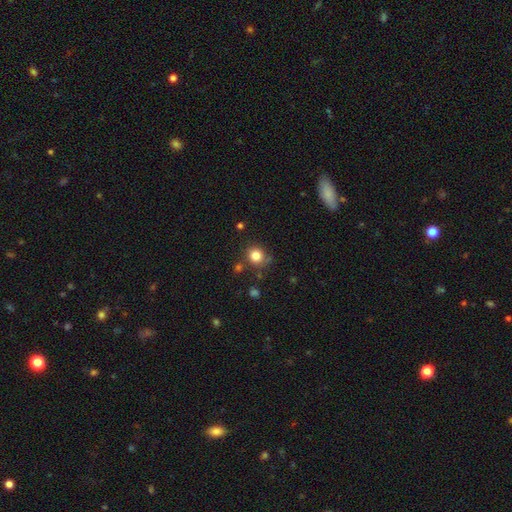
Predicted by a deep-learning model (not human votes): smooth-or-featured: smooth: 81% | star or artifact: 12% | featured or disk: 7%
  how-rounded: round: 86% | in between: 14% | cigar-shaped: 1%
  merging: none: 75% | minor disturbance: 15% | merger: 6% | major disturbance: 4%